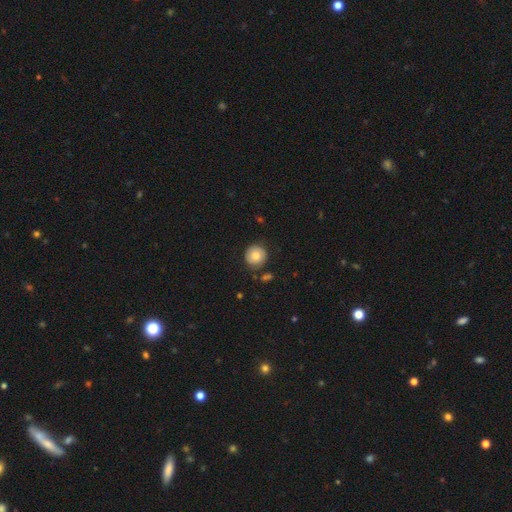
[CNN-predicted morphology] The model was most divided on "smooth or featured": smooth: 75%, featured or disk: 16%, star or artifact: 8%. More confident: how rounded — round (93%); merging — none (81%).